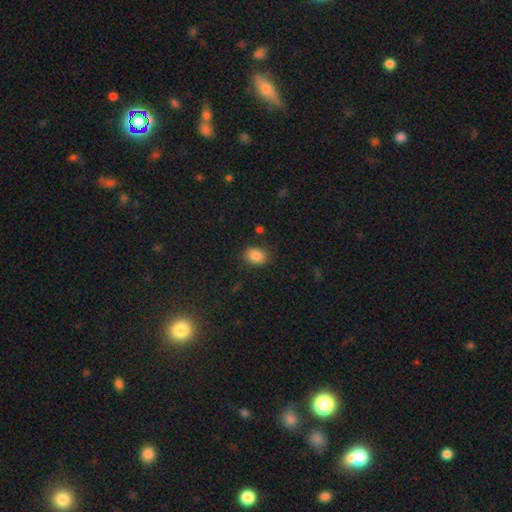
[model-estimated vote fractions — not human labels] smooth_or_featured: smooth (p=0.85) [alt: star or artifact p=0.09]
how_rounded: in between (p=0.66) [alt: round p=0.33]
merging: none (p=0.84) [alt: minor disturbance p=0.12]